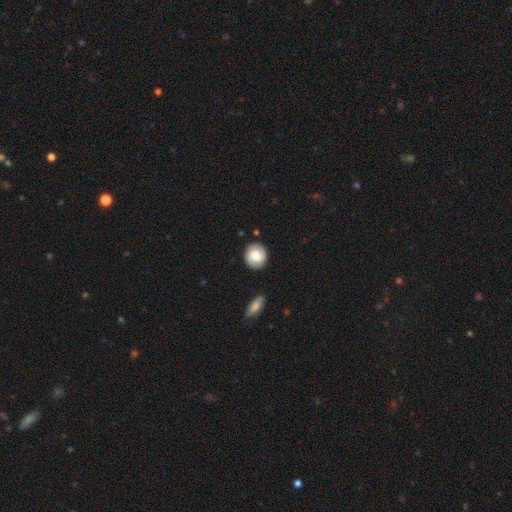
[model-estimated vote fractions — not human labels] smooth_or_featured: smooth (p=0.67) [alt: featured or disk p=0.26]
how_rounded: round (p=0.85) [alt: in between p=0.14]
merging: none (p=0.84) [alt: minor disturbance p=0.11]